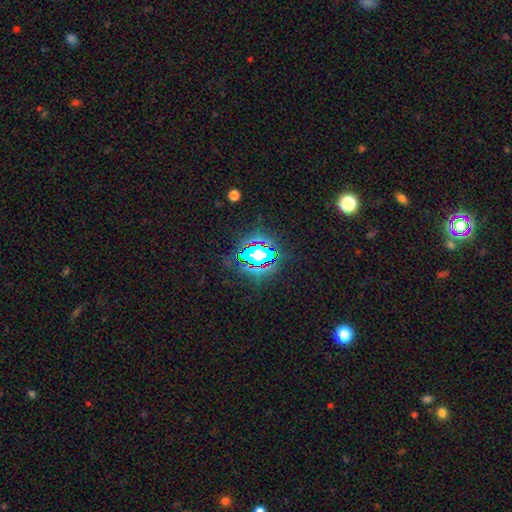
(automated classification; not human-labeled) Smooth or featured? star or artifact (81%)